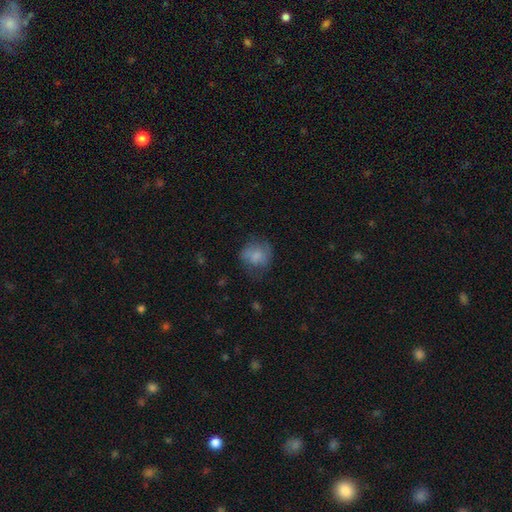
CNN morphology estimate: A smooth galaxy with no disk features (76%) that is round (76%).

Vote fractions:
- Smooth or featured? smooth: 76% / featured or disk: 16% / star or artifact: 9%
- How rounded? round: 76% / in between: 23% / cigar-shaped: 1%
- Merging? none: 58% / minor disturbance: 27% / major disturbance: 14% / merger: 2%